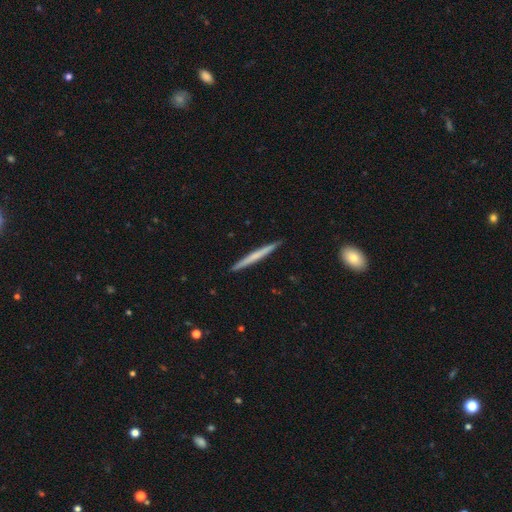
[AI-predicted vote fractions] A smooth galaxy with no disk features (51%) that is cigar-shaped (97%). Merging: none (93%).